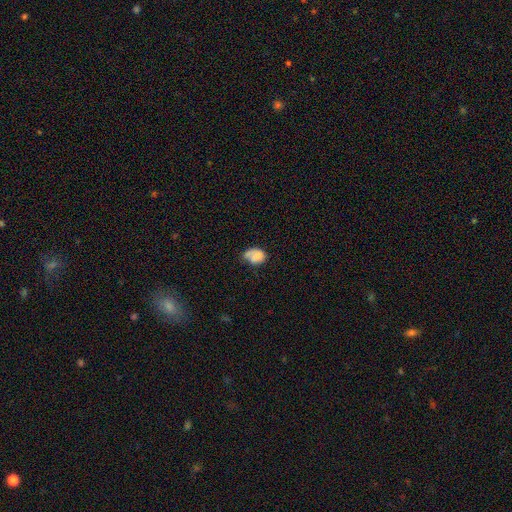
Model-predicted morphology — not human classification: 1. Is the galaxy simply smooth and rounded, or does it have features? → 73% smooth, 18% featured or disk, 9% star or artifact.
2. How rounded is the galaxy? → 69% in between, 30% round, 1% cigar-shaped.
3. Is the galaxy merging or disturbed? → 39% none, 34% minor disturbance, 18% major disturbance, 9% merger.